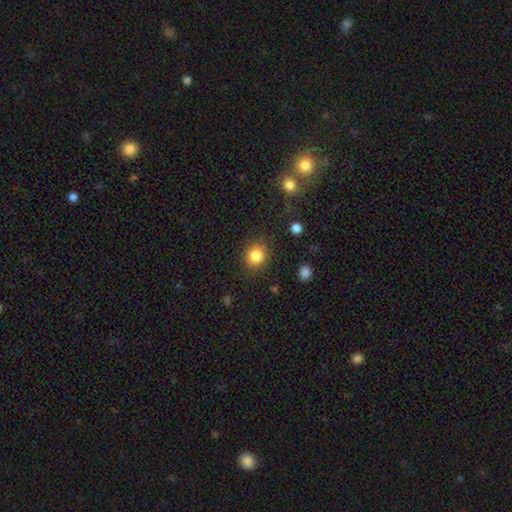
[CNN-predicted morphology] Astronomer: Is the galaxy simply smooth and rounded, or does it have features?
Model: smooth — 84%.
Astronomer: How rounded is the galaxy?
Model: round — 79%.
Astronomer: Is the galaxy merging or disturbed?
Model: none — 87%.